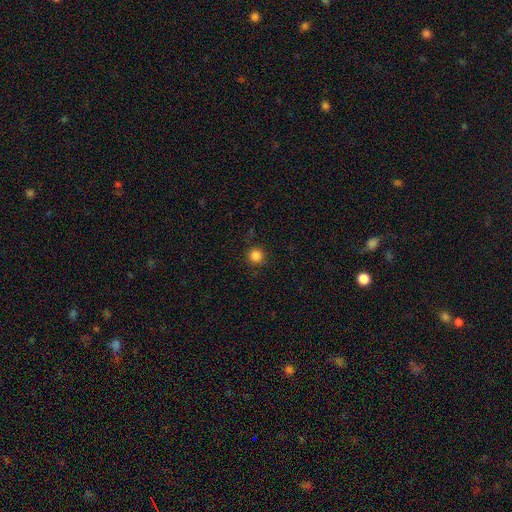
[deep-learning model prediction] Smooth or featured? Predicted: smooth (p=0.84). How rounded? Predicted: round (p=0.95). Merging? Predicted: none (p=0.90).